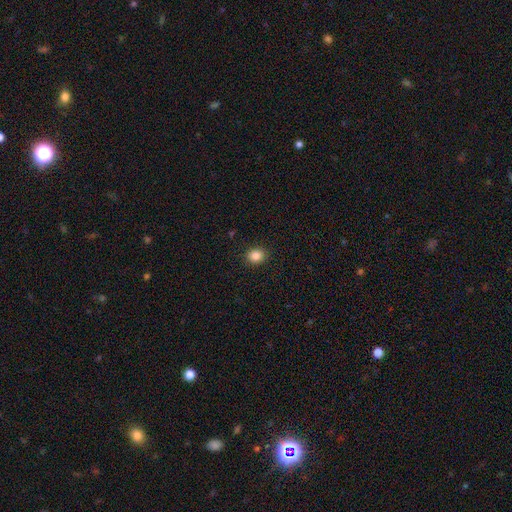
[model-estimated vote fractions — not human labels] A smooth galaxy with no disk features (86%) that is round (64%).

Vote fractions:
- Smooth or featured? smooth: 86% / star or artifact: 10% / featured or disk: 4%
- How rounded? round: 64% / in between: 35% / cigar-shaped: 1%
- Merging? none: 90% / minor disturbance: 7% / major disturbance: 2% / merger: 1%